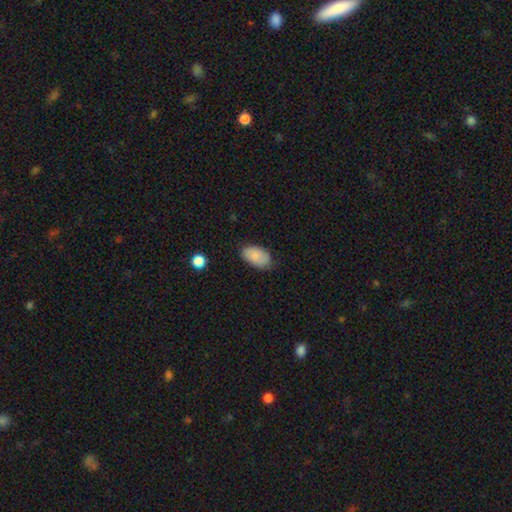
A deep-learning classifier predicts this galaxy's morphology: A smooth galaxy with no disk features (83%) that is in between round and cigar-shaped (92%).

Vote fractions:
- Smooth or featured? smooth: 83% / featured or disk: 10% / star or artifact: 7%
- How rounded? in between: 92% / round: 6% / cigar-shaped: 1%
- Merging? none: 78% / minor disturbance: 17% / major disturbance: 3% / merger: 1%